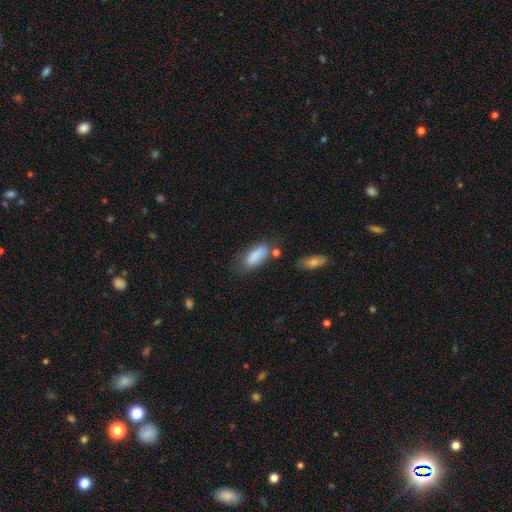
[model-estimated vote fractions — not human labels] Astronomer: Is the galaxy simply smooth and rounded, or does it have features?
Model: smooth — 86%.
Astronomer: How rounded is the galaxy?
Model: in between — 82%.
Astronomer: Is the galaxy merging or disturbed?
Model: none — 57%.